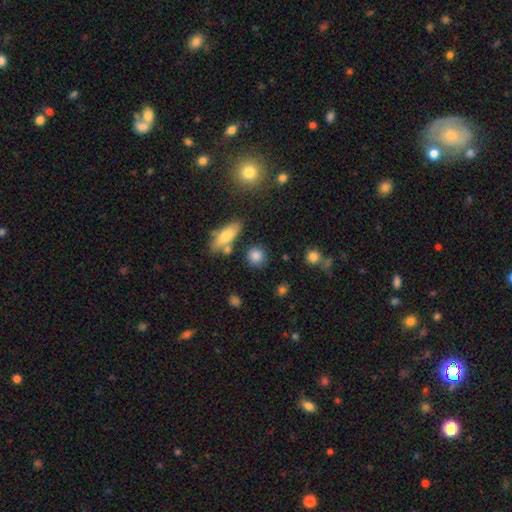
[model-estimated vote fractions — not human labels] Overall: smooth (82%). How rounded: round (84%). Merging: none (79%).